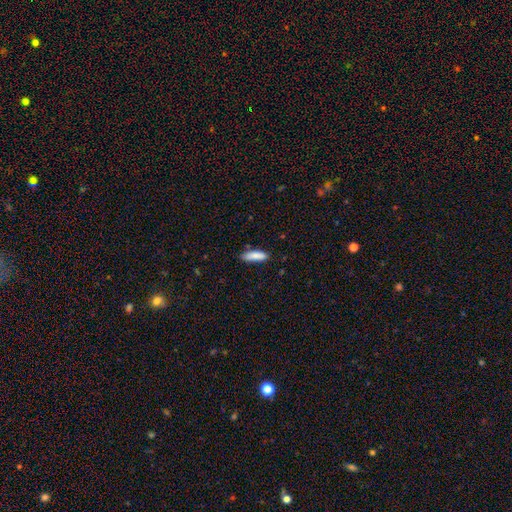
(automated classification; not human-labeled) A smooth galaxy with no disk features (86%) that is cigar-shaped (53%). Merging: none (80%).